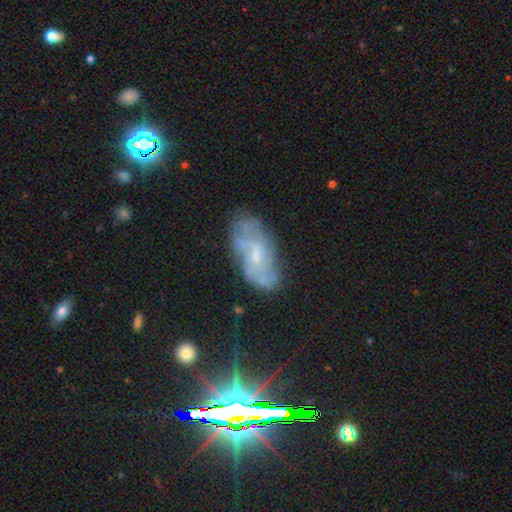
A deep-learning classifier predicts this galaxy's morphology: smooth-or-featured: featured or disk: 68% | smooth: 21% | star or artifact: 11%
  disk-edge-on: no: 93% | yes: 7%
    bar: no: 55% | weak: 38% | strong: 6%
    has-spiral-arms: yes: 81% | no: 19%
      spiral-winding: medium: 42% | tight: 34% | loose: 24%
      spiral-arm-count: can't tell: 45% | 2: 27% | 3: 13% | 4: 7% | 1: 4% | more than 4: 4%
    bulge-size: small: 62% | moderate: 25% | none: 11% | large: 1% | dominant: 1%
  merging: none: 68% | minor disturbance: 21% | major disturbance: 9% | merger: 3%